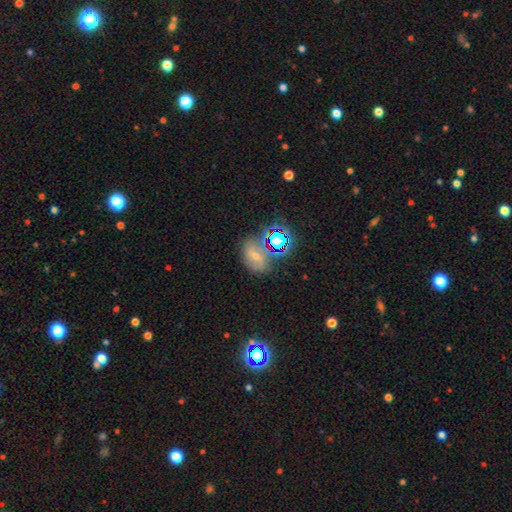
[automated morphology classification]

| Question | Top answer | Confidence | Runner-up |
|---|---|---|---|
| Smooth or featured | smooth | 42% | featured or disk (29%) |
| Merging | none | 63% | minor disturbance (17%) |